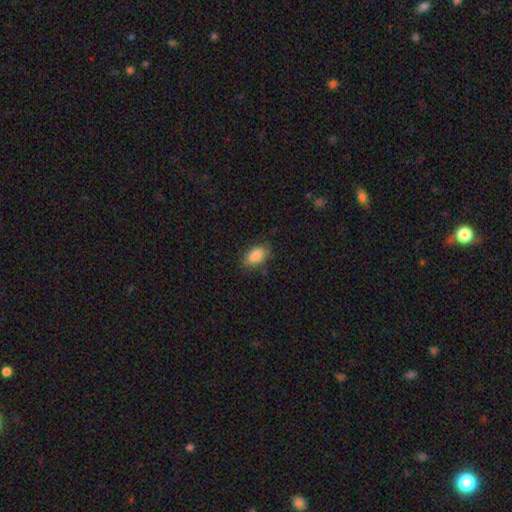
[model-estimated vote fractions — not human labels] Overall: smooth (87%). How rounded: in between (91%). Merging: none (75%).